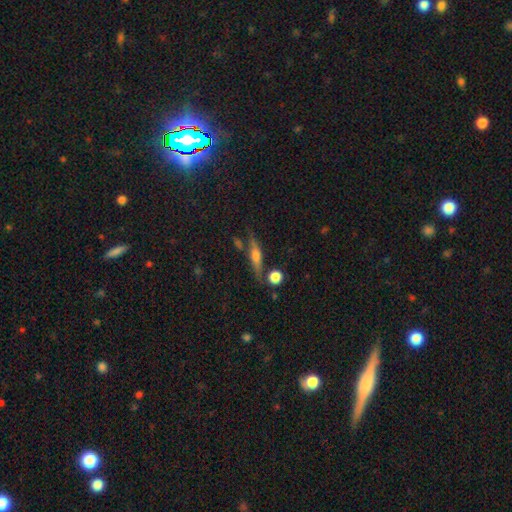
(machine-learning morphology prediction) type=featured or disk (57%); edge-on=yes (93%); edge-on bulge=rounded (83%); merging=none (75%).